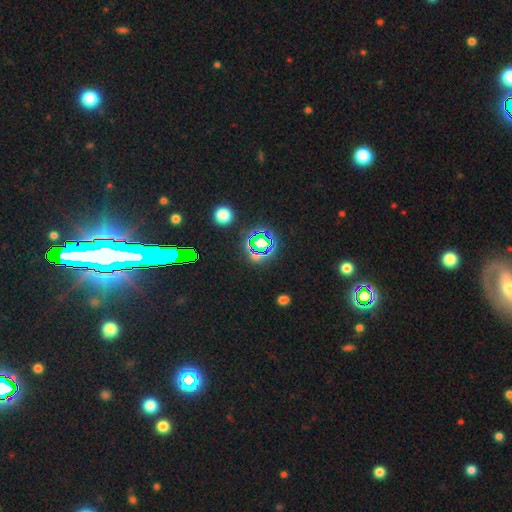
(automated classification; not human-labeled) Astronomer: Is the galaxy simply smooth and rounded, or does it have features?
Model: star or artifact — 72%.